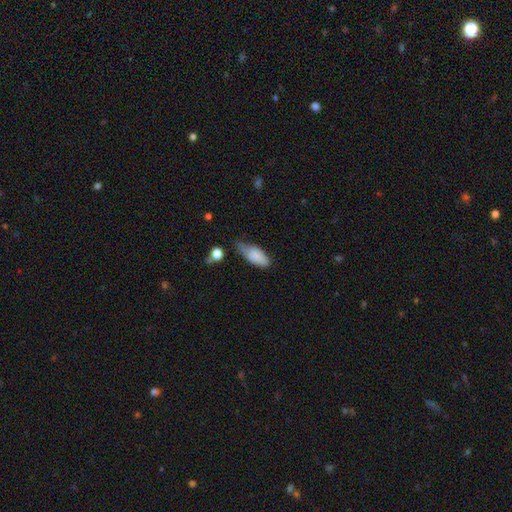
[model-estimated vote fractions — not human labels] A smooth galaxy with no disk features (82%) that is in between round and cigar-shaped (87%). Merging: minor disturbance (46%).